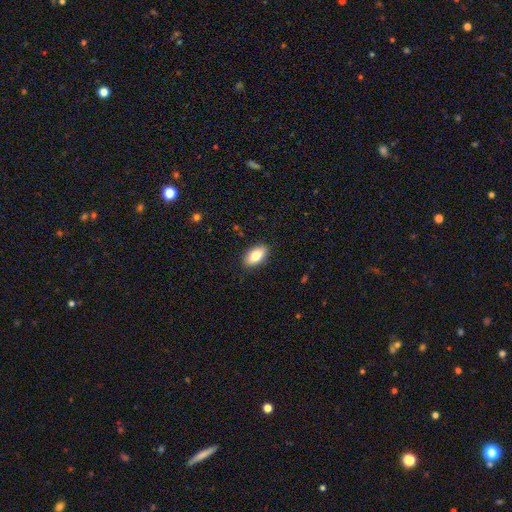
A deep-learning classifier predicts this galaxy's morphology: Overall: smooth (83%). How rounded: in between (93%). Merging: none (88%).